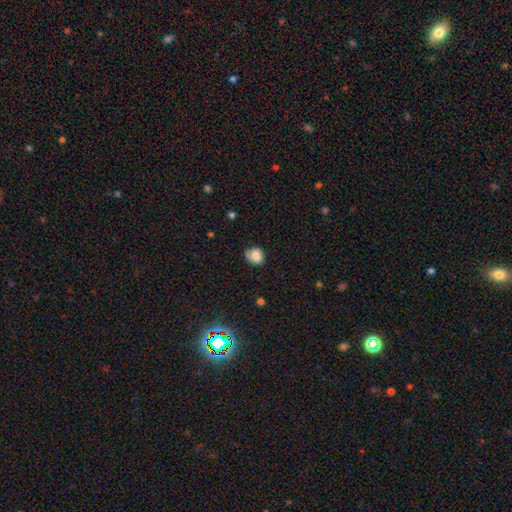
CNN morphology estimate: This appears to be a smooth galaxy with no disk features (78%) that is round (66%). Merging: none (63%).